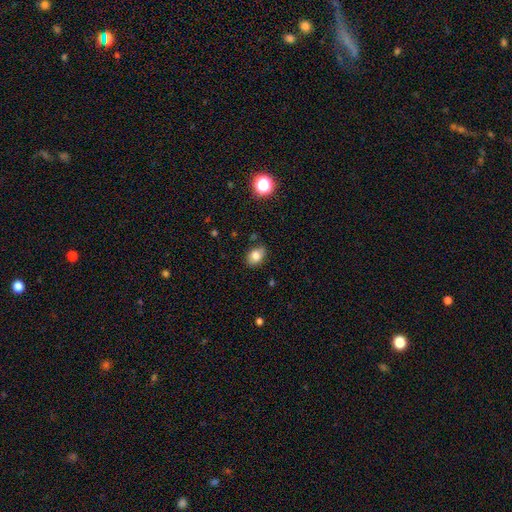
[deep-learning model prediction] The model was most divided on "how rounded": in between: 70%, round: 29%, cigar-shaped: 1%. More confident: smooth or featured — smooth (81%); merging — none (79%).